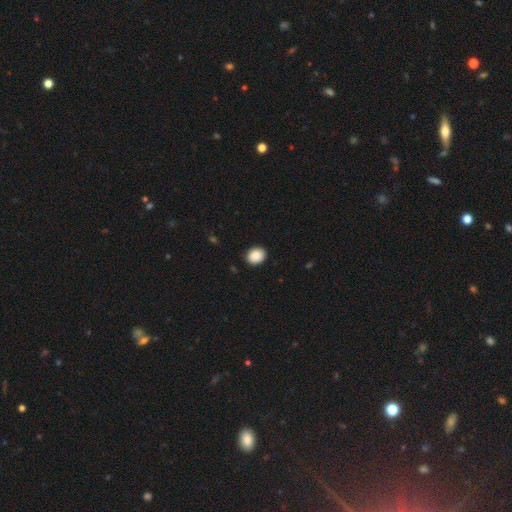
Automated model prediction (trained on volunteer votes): smooth 90%, star or artifact 8%, featured or disk 3%. Down the decision tree: how rounded — round (56%); merging — none (91%).